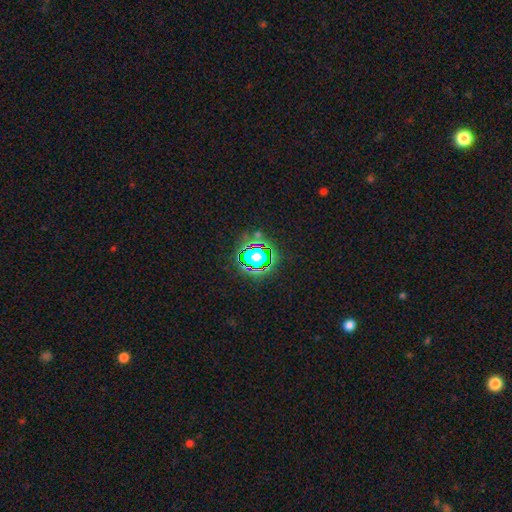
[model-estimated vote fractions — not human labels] A star or artifact, not a galaxy (60%).